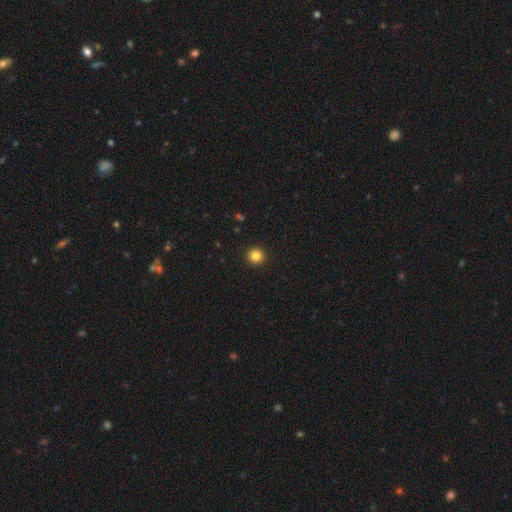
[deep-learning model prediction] smooth 84%, star or artifact 12%, featured or disk 5%. Down the decision tree: how rounded — round (95%); merging — none (94%).